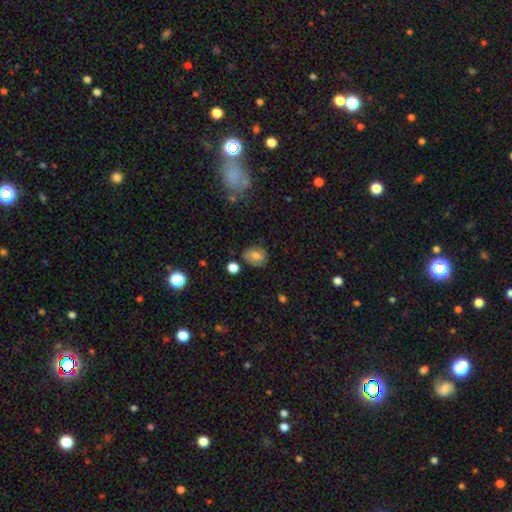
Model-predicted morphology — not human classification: This is likely a smooth galaxy (65%). How rounded: possibly round (53%). Merging: likely none (72%).